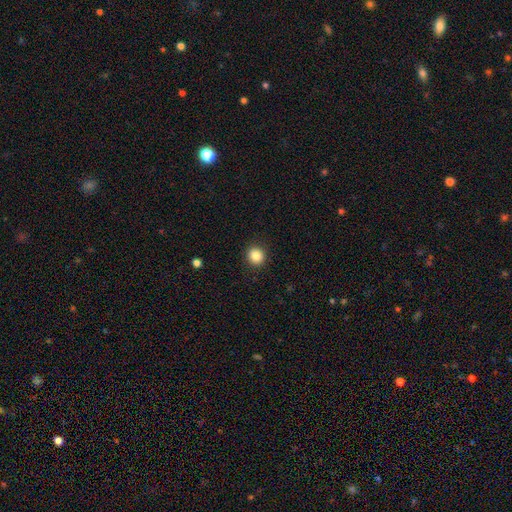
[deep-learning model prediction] This is clearly a smooth galaxy (85%). How rounded: clearly round (89%). Merging: clearly none (91%).